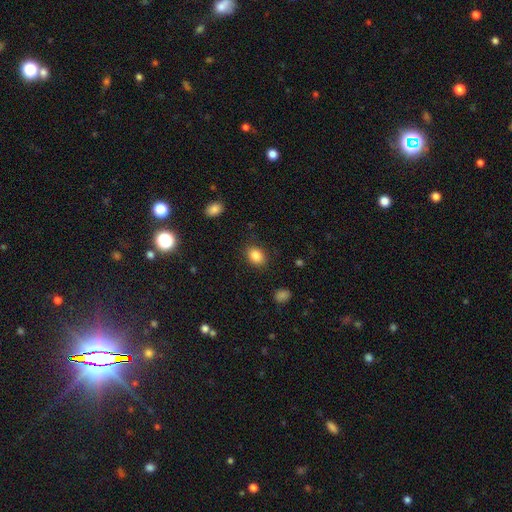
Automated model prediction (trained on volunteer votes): The model was most divided on "how rounded": in between: 67%, round: 32%, cigar-shaped: 1%. More confident: smooth or featured — smooth (85%); merging — none (85%).